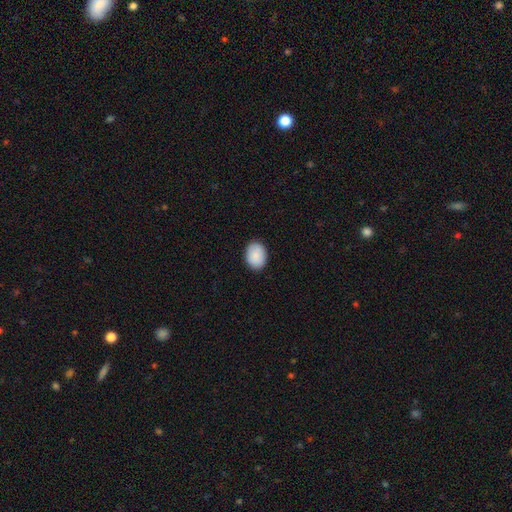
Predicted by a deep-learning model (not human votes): Q: Smooth or featured?
A: smooth (90%); runner-up: star or artifact (6%)
Q: How rounded?
A: in between (73%); runner-up: round (26%)
Q: Merging?
A: none (89%); runner-up: minor disturbance (8%)